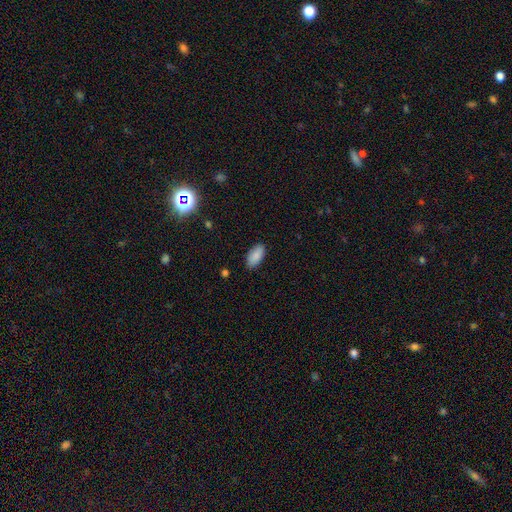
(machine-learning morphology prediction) smooth_or_featured: smooth (p=0.88) [alt: star or artifact p=0.07]
how_rounded: in between (p=0.93) [alt: cigar-shaped p=0.04]
merging: none (p=0.86) [alt: minor disturbance p=0.10]